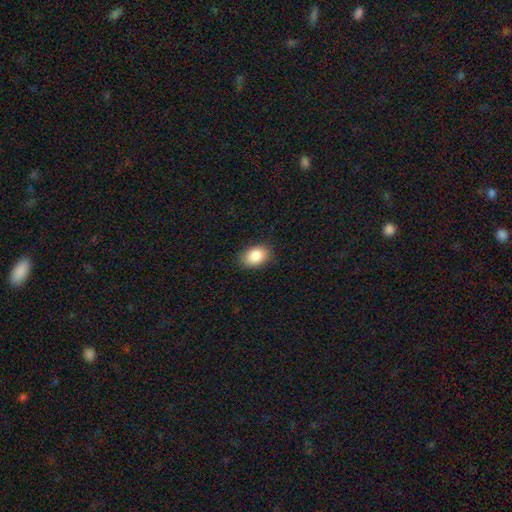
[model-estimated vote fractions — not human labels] This appears to be a smooth galaxy with no disk features (88%) that is in between round and cigar-shaped (81%). Merging: none (86%).